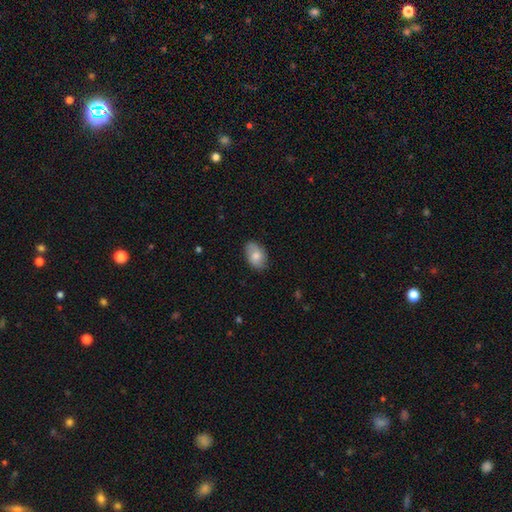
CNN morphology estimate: smooth_or_featured: smooth (p=0.75) [alt: featured or disk p=0.18]
how_rounded: in between (p=0.89) [alt: round p=0.10]
merging: none (p=0.81) [alt: minor disturbance p=0.15]